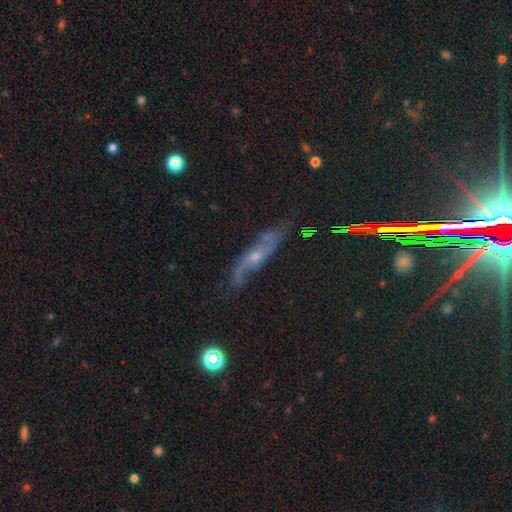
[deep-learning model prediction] Smooth or featured? Predicted: featured or disk (p=0.72). Edge-on disk? Predicted: no (p=0.61). Merging? Predicted: none (p=0.65).